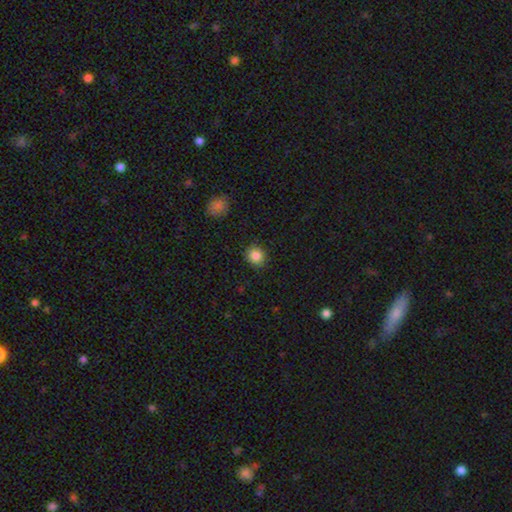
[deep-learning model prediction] smooth_or_featured: smooth (p=0.85) [alt: star or artifact p=0.10]
how_rounded: round (p=0.79) [alt: in between p=0.20]
merging: none (p=0.90) [alt: minor disturbance p=0.07]